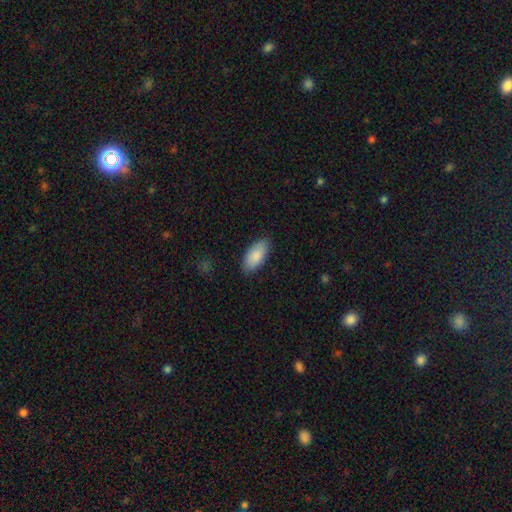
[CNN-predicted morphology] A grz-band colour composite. It shows a smooth galaxy with no disk features (88%) that is in between round and cigar-shaped (91%). Merging: none (86%).